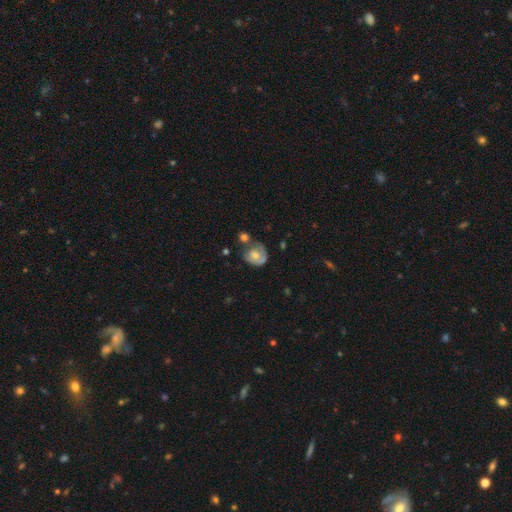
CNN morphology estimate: smooth 47%, featured or disk 46%, star or artifact 7%. Down the decision tree: merging — none (41%).